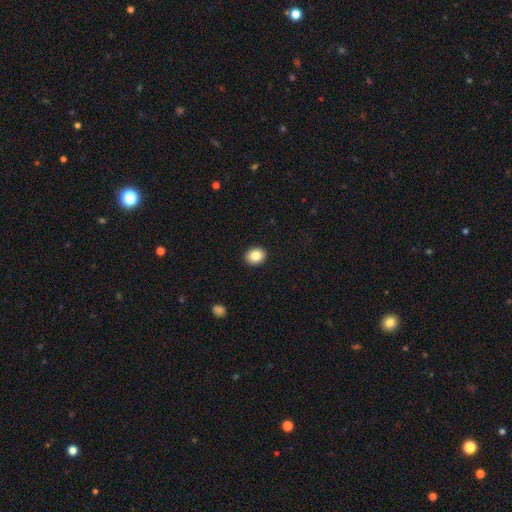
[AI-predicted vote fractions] Overall: smooth (84%). How rounded: round (57%; in between 42%). Merging: none (92%).